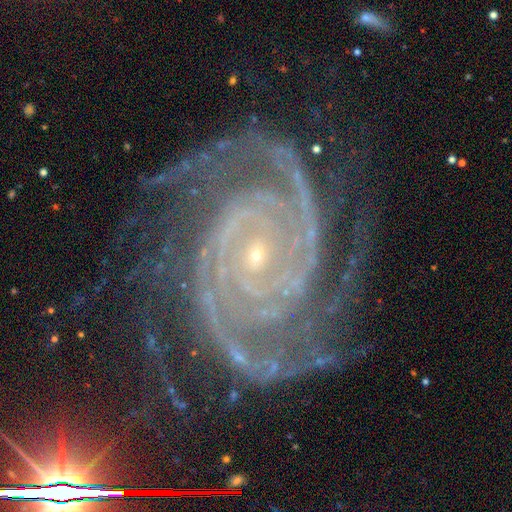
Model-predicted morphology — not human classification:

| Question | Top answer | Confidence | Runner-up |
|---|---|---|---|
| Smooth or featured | featured or disk | 92% | star or artifact (6%) |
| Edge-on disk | no | 98% | yes (2%) |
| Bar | no | 62% | weak (24%) |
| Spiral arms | yes | 99% | no (1%) |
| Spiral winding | tight | 73% | medium (24%) |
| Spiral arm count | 2 | 48% | 3 (15%) |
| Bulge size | small | 87% | moderate (9%) |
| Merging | none | 72% | minor disturbance (17%) |